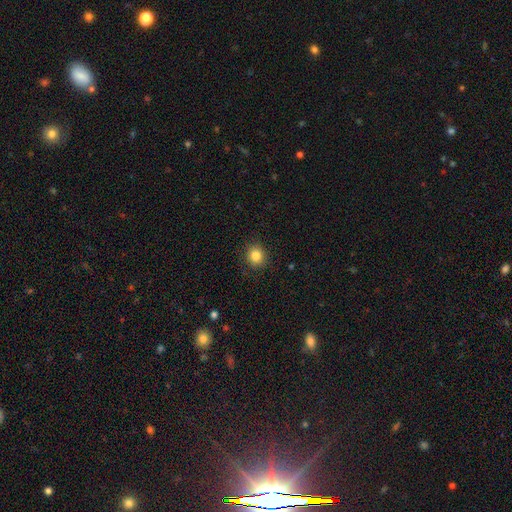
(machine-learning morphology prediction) A smooth galaxy with no disk features (84%) that is round (83%). Merging: none (89%).